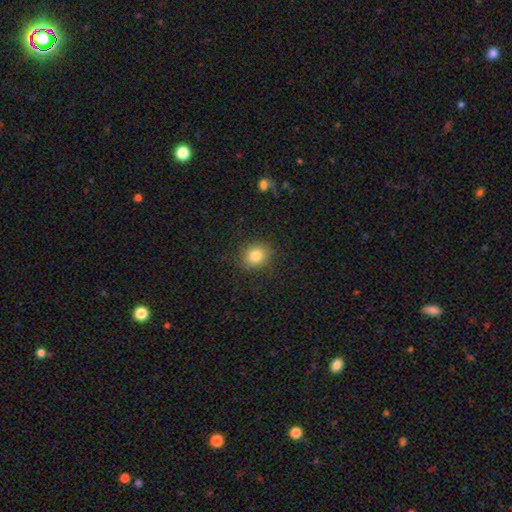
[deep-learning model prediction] smooth-or-featured: smooth: 82% | star or artifact: 11% | featured or disk: 7%
  how-rounded: round: 70% | in between: 29% | cigar-shaped: 1%
  merging: none: 87% | minor disturbance: 9% | major disturbance: 3% | merger: 1%